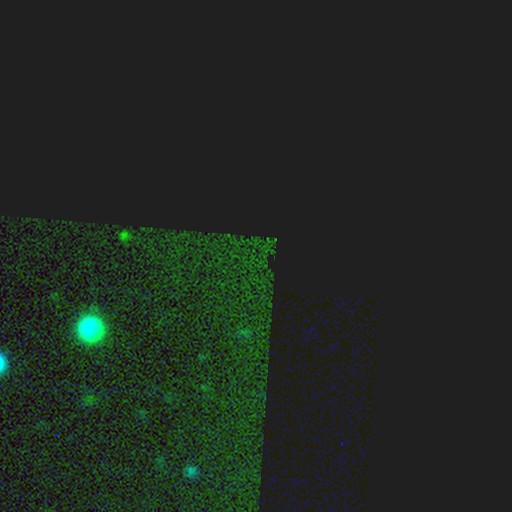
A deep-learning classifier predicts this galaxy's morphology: smooth_or_featured: star or artifact (p=0.85) [alt: smooth p=0.09]